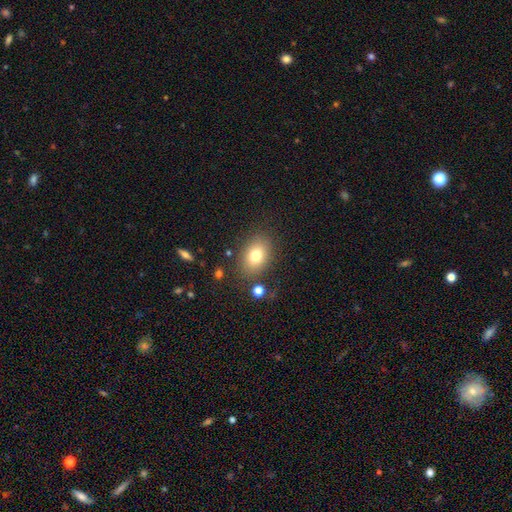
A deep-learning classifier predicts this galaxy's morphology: Smooth or featured? smooth (77%)
How rounded? in between (70%)
Merging? none (81%)